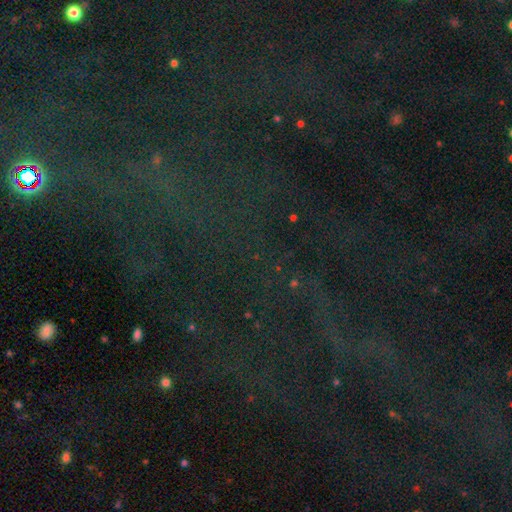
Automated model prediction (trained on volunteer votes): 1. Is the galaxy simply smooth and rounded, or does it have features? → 78% star or artifact, 12% smooth, 10% featured or disk.